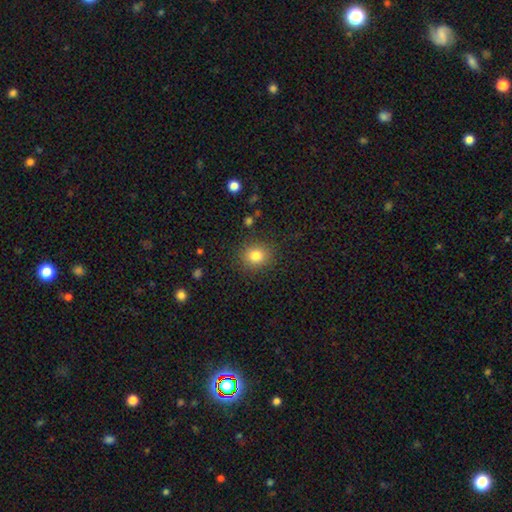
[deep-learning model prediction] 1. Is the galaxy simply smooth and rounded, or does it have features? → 82% smooth, 11% star or artifact, 6% featured or disk.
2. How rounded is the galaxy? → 77% round, 23% in between, 1% cigar-shaped.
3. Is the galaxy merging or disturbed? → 87% none, 8% minor disturbance, 3% major disturbance, 1% merger.